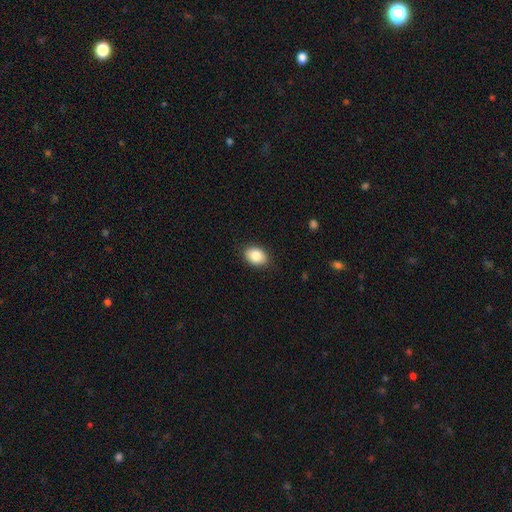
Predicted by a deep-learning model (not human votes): This is clearly a smooth galaxy (85%). How rounded: likely in between (71%). Merging: clearly none (87%).